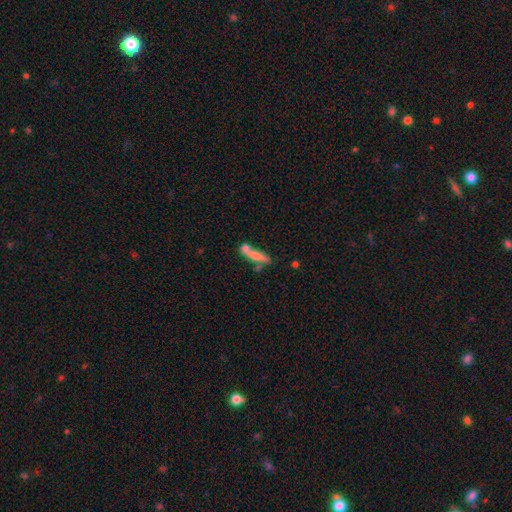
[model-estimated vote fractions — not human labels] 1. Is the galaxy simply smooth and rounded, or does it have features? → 66% smooth, 26% featured or disk, 8% star or artifact.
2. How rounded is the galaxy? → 80% cigar-shaped, 18% in between, 3% round.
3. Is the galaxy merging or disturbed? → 51% none, 27% merger, 16% minor disturbance, 6% major disturbance.